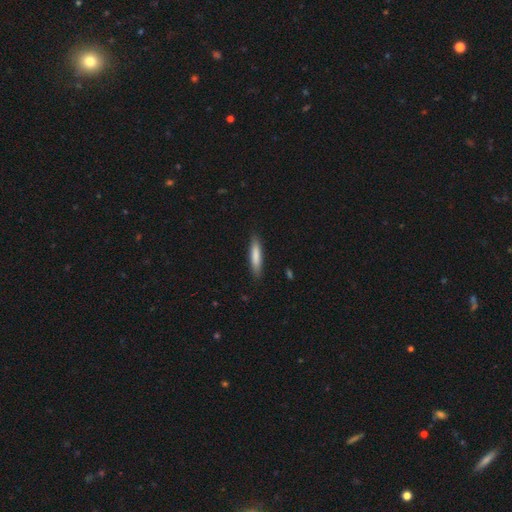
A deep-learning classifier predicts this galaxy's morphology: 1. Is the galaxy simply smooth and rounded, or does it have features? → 81% smooth, 14% featured or disk, 6% star or artifact.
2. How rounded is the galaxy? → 84% cigar-shaped, 15% in between, 1% round.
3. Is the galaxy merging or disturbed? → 86% none, 11% minor disturbance, 2% major disturbance, 1% merger.